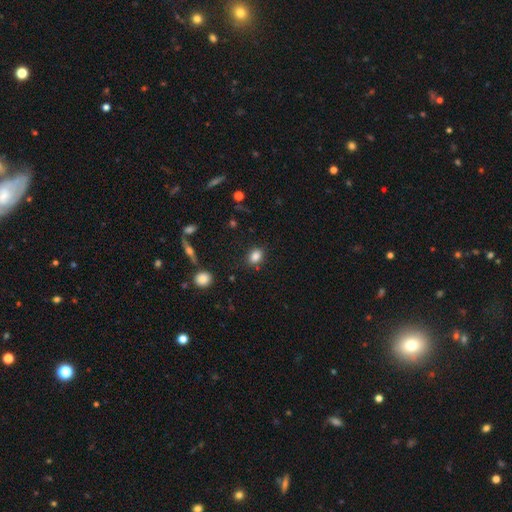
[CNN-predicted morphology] smooth_or_featured: smooth (p=0.84) [alt: star or artifact p=0.10]
how_rounded: in between (p=0.65) [alt: round p=0.33]
merging: none (p=0.83) [alt: minor disturbance p=0.11]